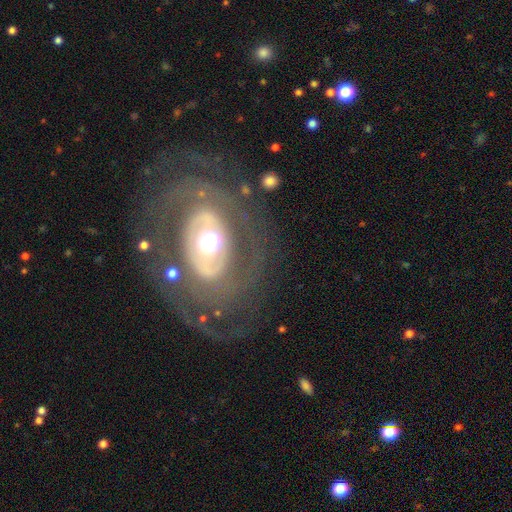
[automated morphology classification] The model was most divided on "spiral arm count": can't tell: 37%, 2: 33%, 3: 11%, 1: 7%, 4: 7%, more than 4: 6%. More confident: edge-on disk — no (95%); smooth or featured — featured or disk (82%); merging — none (76%); spiral arms — yes (74%); spiral winding — tight (63%); bulge size — moderate (60%); bar — no (59%).